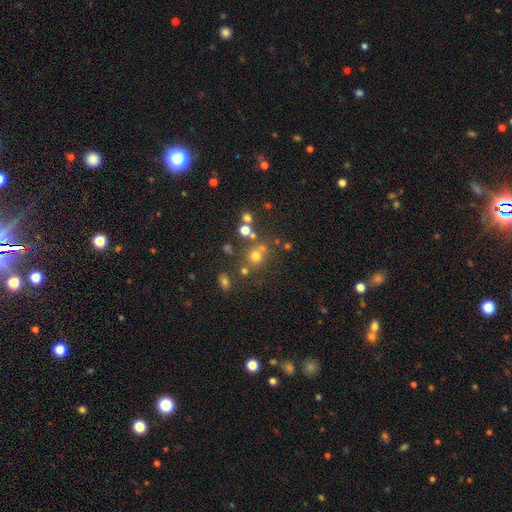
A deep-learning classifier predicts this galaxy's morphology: smooth 62%, star or artifact 25%, featured or disk 14%. Down the decision tree: how rounded — round (84%); merging — none (62%).